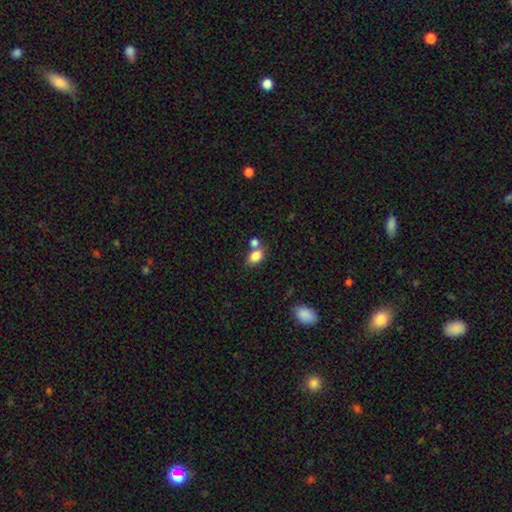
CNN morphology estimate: This appears to be a smooth galaxy with no disk features (83%) that is in between round and cigar-shaped (79%). Merging: none (52%).